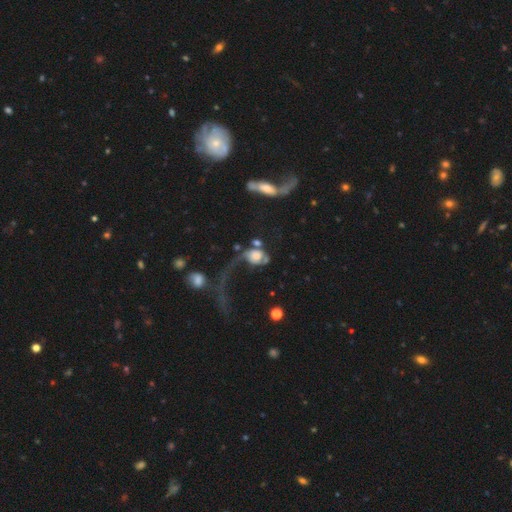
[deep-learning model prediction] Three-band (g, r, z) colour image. It shows a featured or disk galaxy (48%). Merging: major disturbance (47%).